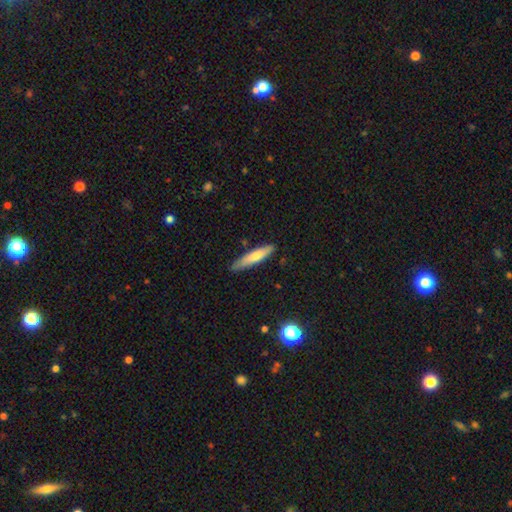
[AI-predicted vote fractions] This appears to be a smooth galaxy with no disk features (63%) that is cigar-shaped (86%). Merging: none (82%).